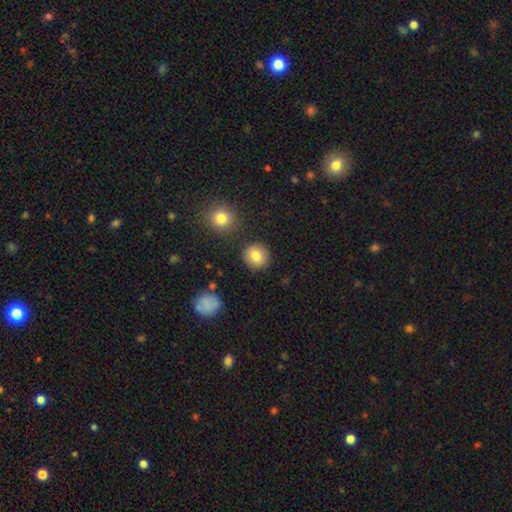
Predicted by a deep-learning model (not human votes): A smooth galaxy with no disk features (81%) that is round (88%). Merging: none (87%).